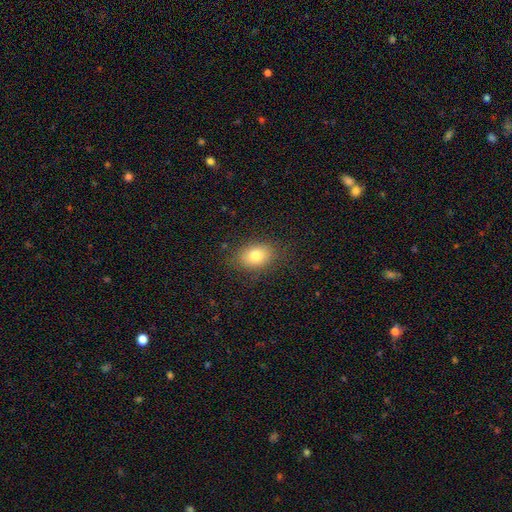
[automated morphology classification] Smooth or featured: smooth — 79% (featured or disk — 11%)
How rounded: in between — 71% (round — 28%)
Merging: none — 83% (minor disturbance — 12%)